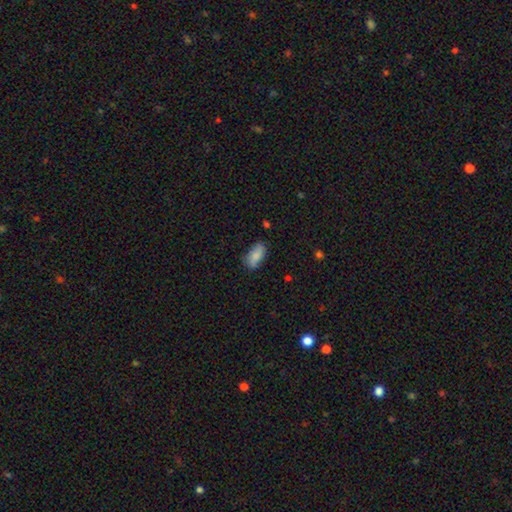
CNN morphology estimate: Smooth or featured? Predicted: smooth (p=0.83). How rounded? Predicted: in between (p=0.90). Merging? Predicted: none (p=0.75).